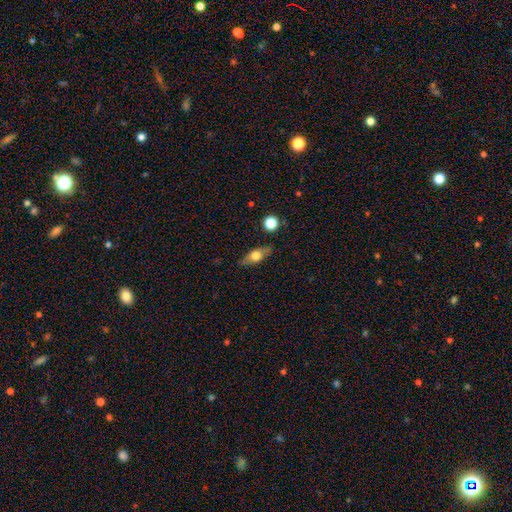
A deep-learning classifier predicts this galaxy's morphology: Smooth or featured? Predicted: smooth (p=0.54). How rounded? Predicted: in between (p=0.63). Merging? Predicted: none (p=0.80).